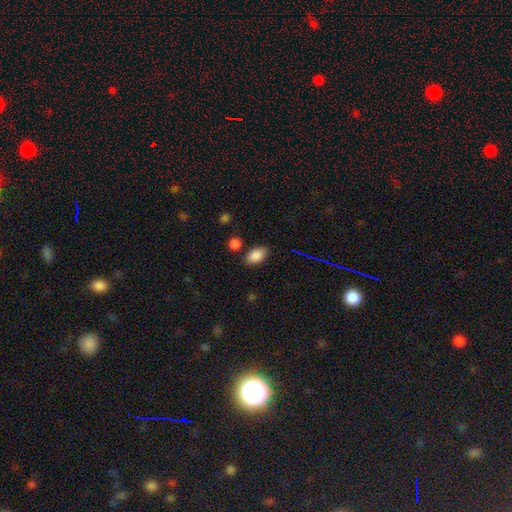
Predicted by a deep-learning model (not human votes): smooth_or_featured: smooth (p=0.86) [alt: star or artifact p=0.09]
how_rounded: in between (p=0.90) [alt: round p=0.08]
merging: none (p=0.80) [alt: minor disturbance p=0.12]